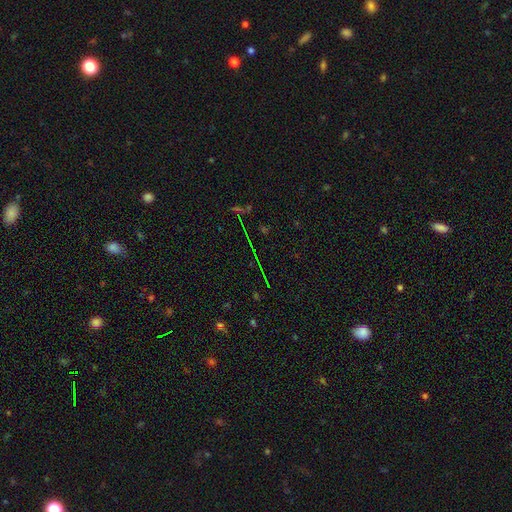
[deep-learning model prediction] Smooth or featured? star or artifact (72%)